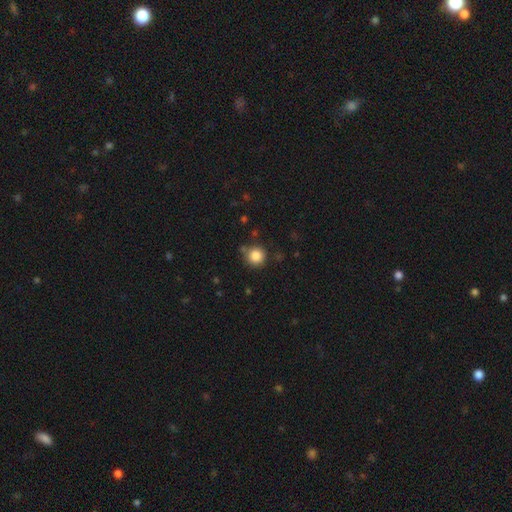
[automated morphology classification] A smooth galaxy with no disk features (85%) that is round (94%).

Vote fractions:
- Smooth or featured? smooth: 85% / star or artifact: 10% / featured or disk: 4%
- How rounded? round: 94% / in between: 5% / cigar-shaped: 1%
- Merging? none: 81% / minor disturbance: 11% / merger: 5% / major disturbance: 3%